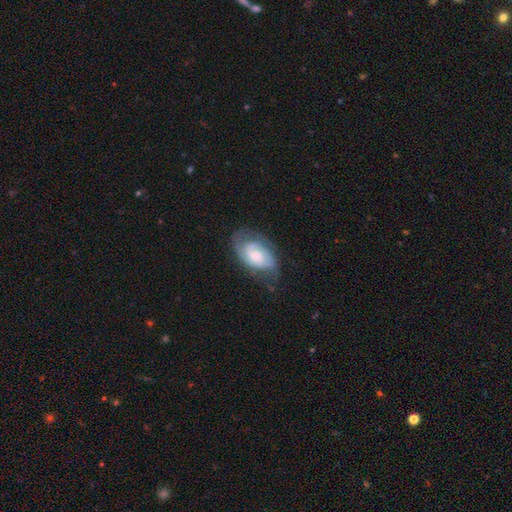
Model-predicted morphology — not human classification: smooth_or_featured: featured or disk (p=0.73) [alt: smooth p=0.21]
disk_edge_on: no (p=0.97) [alt: yes p=0.03]
bar: no (p=0.63) [alt: weak p=0.32]
has_spiral_arms: yes (p=0.90) [alt: no p=0.10]
spiral_winding: tight (p=0.49) [alt: medium p=0.38]
spiral_arm_count: 2 (p=0.53) [alt: can't tell p=0.27]
bulge_size: moderate (p=0.44) [alt: small p=0.39]
merging: none (p=0.57) [alt: minor disturbance p=0.26]